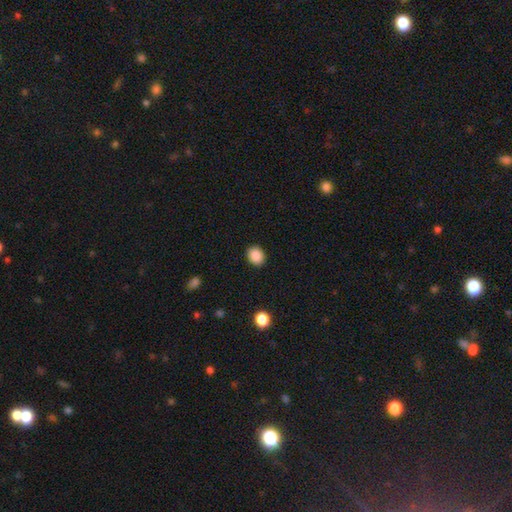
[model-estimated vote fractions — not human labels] This appears to be a smooth galaxy with no disk features (88%) that is round (63%). Merging: none (91%).